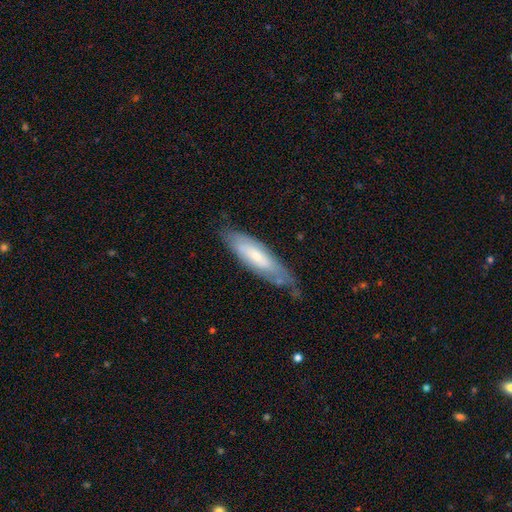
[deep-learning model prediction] A smooth galaxy with no disk features (49%). Merging: none (64%).